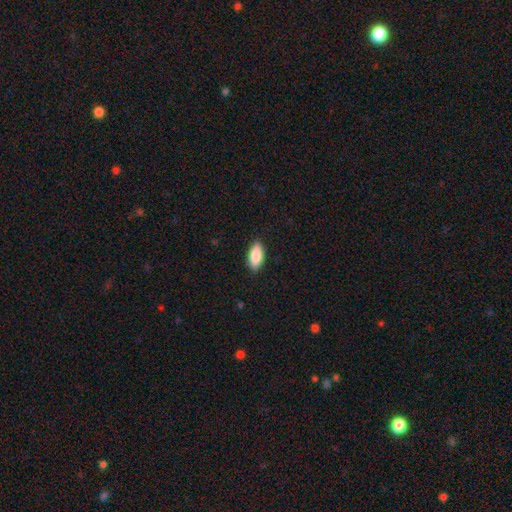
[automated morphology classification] This is clearly a smooth galaxy (85%). How rounded: clearly in between (86%). Merging: clearly none (88%).